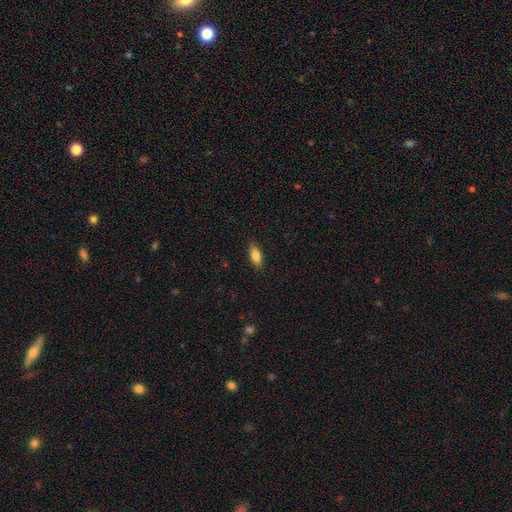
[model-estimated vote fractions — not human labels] Smooth or featured?
  - smooth: 83% *
  - featured or disk: 9%
  - star or artifact: 7%
How rounded?
  - in between: 81% *
  - cigar-shaped: 16%
  - round: 3%
Merging?
  - none: 85% *
  - minor disturbance: 12%
  - major disturbance: 2%
  - merger: 1%